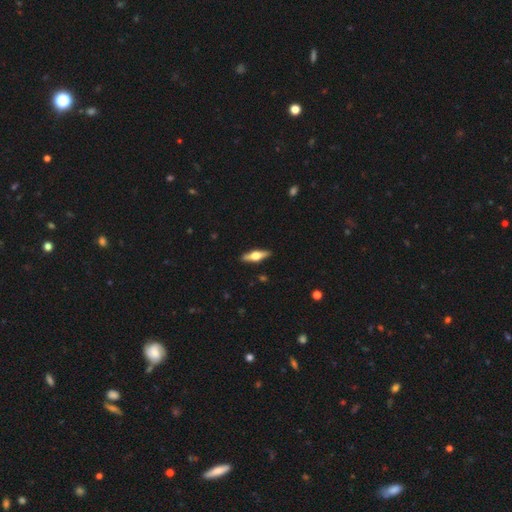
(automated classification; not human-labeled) Q: Smooth or featured?
A: featured or disk (63%); runner-up: smooth (32%)
Q: Edge-on disk?
A: yes (95%); runner-up: no (5%)
Q: Edge-on bulge?
A: rounded (95%); runner-up: boxy (4%)
Q: Merging?
A: none (90%); runner-up: minor disturbance (7%)